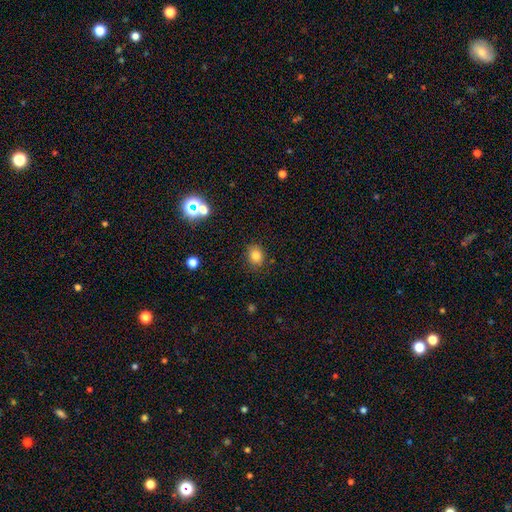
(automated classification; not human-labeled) smooth_or_featured: smooth (p=0.81) [alt: star or artifact p=0.13]
how_rounded: round (p=0.62) [alt: in between p=0.37]
merging: none (p=0.85) [alt: minor disturbance p=0.11]